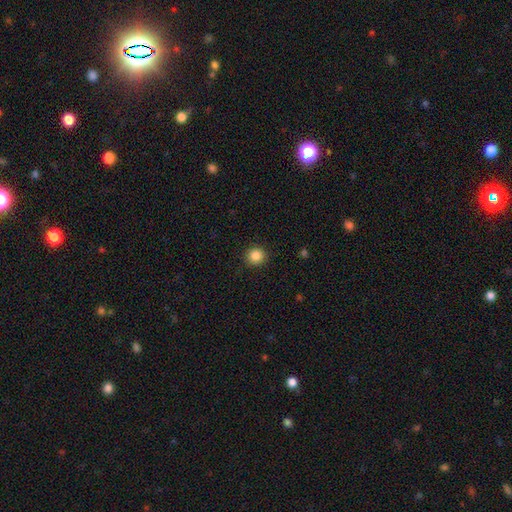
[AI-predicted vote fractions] A smooth galaxy with no disk features (86%) that is round (92%).

Vote fractions:
- Smooth or featured? smooth: 86% / star or artifact: 10% / featured or disk: 4%
- How rounded? round: 92% / in between: 7% / cigar-shaped: 1%
- Merging? none: 91% / minor disturbance: 6% / major disturbance: 2% / merger: 1%